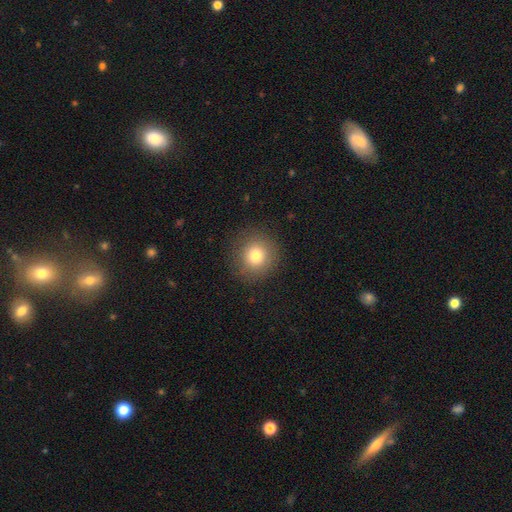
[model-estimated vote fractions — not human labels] A smooth galaxy with no disk features (78%) that is round (91%).

Vote fractions:
- Smooth or featured? smooth: 78% / star or artifact: 12% / featured or disk: 10%
- How rounded? round: 91% / in between: 8% / cigar-shaped: 1%
- Merging? none: 88% / minor disturbance: 7% / major disturbance: 3% / merger: 1%